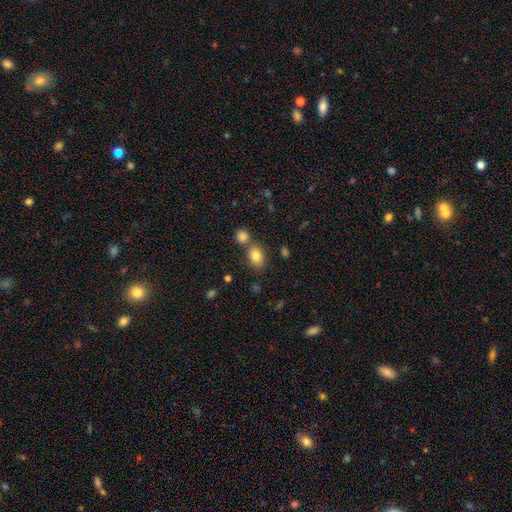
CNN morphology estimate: type=smooth (83%); roundness=in between (78%); merging=none (62%).